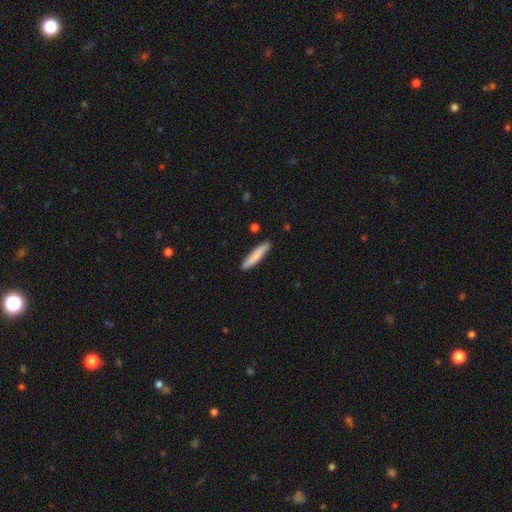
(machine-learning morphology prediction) A smooth galaxy with no disk features (83%) that is cigar-shaped (89%). Merging: none (89%).